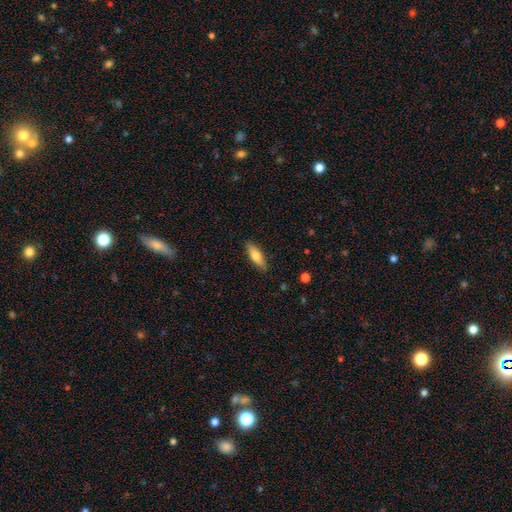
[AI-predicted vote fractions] Smooth or featured: smooth — 71% (featured or disk — 22%)
How rounded: in between — 54% (cigar-shaped — 44%)
Merging: none — 86% (minor disturbance — 11%)